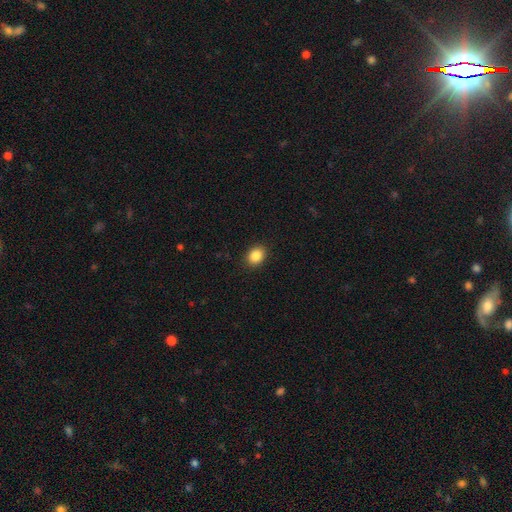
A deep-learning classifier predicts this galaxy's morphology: Smooth or featured? smooth (87%)
How rounded? round (50%)
Merging? none (90%)